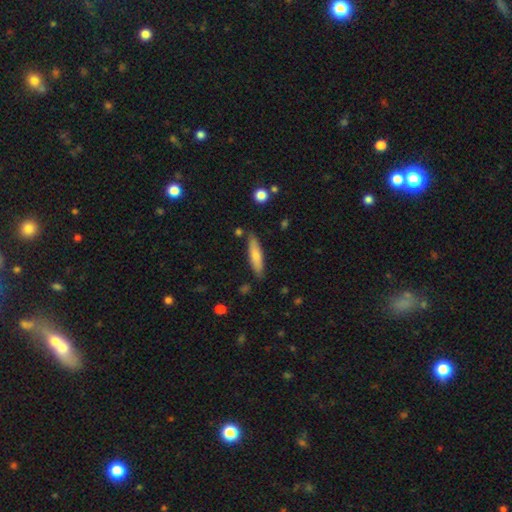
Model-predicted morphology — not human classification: type=smooth (73%); roundness=cigar-shaped (75%); merging=none (81%).